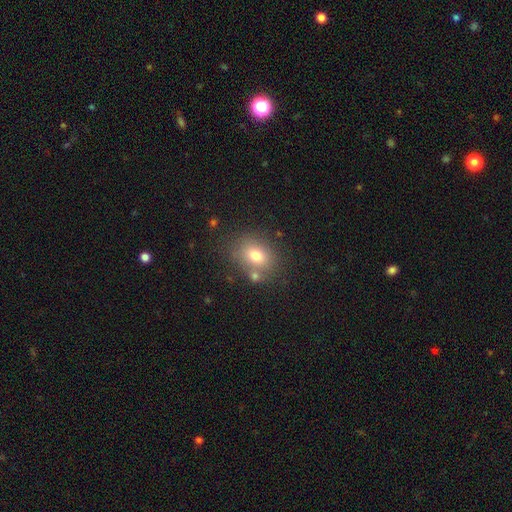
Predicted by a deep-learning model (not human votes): smooth-or-featured: smooth: 74% | featured or disk: 14% | star or artifact: 12%
  how-rounded: in between: 59% | round: 40% | cigar-shaped: 1%
  merging: none: 68% | merger: 14% | minor disturbance: 14% | major disturbance: 5%